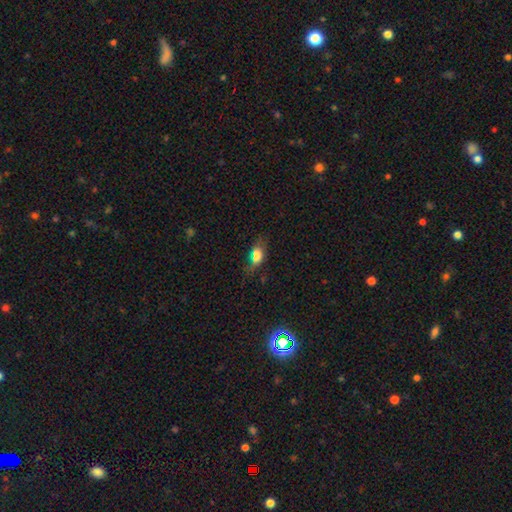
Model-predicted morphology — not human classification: Smooth or featured? smooth (70%)
How rounded? in between (77%)
Merging? none (55%)